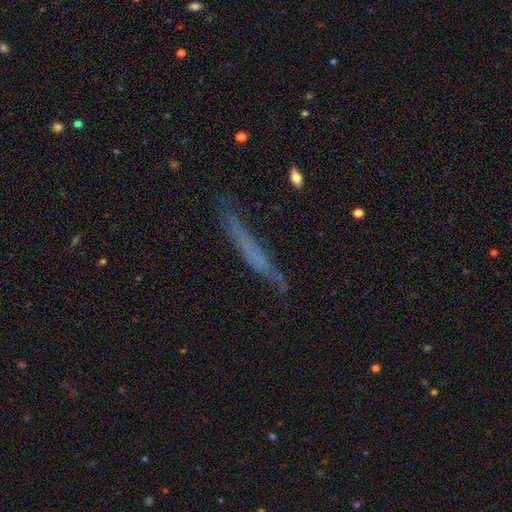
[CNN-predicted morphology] Smooth or featured: featured or disk — 45% (tied with smooth — 45%)
Merging: none — 59% (minor disturbance — 26%)